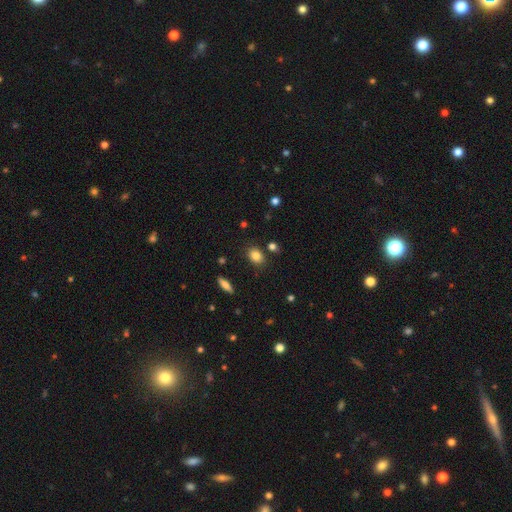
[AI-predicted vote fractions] smooth_or_featured: smooth (p=0.83) [alt: star or artifact p=0.10]
how_rounded: in between (p=0.65) [alt: round p=0.33]
merging: none (p=0.83) [alt: minor disturbance p=0.10]